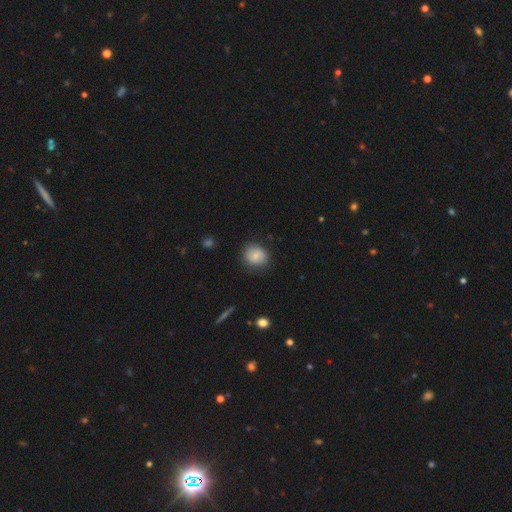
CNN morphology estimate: smooth_or_featured: smooth (p=0.73) [alt: featured or disk p=0.18]
how_rounded: round (p=0.74) [alt: in between p=0.25]
merging: none (p=0.81) [alt: minor disturbance p=0.14]